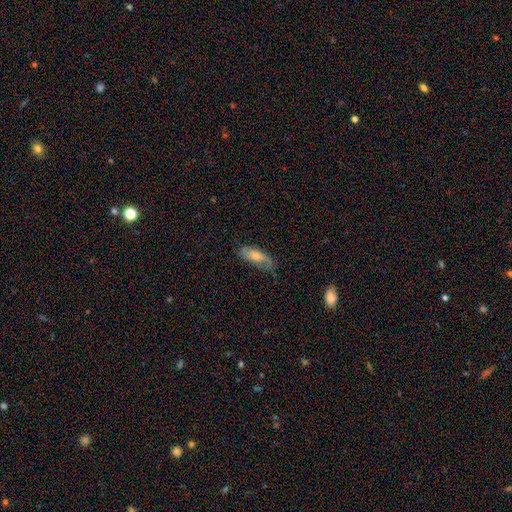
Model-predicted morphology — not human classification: This appears to be a smooth galaxy with no disk features (52%) that is in between round and cigar-shaped (71%). Merging: none (62%).